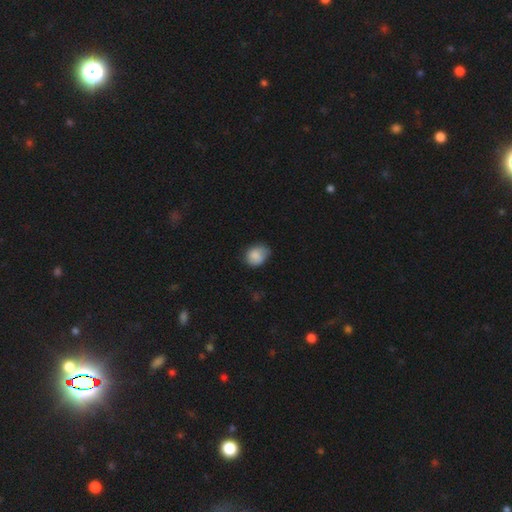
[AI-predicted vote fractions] smooth_or_featured: smooth (p=0.84) [alt: star or artifact p=0.08]
how_rounded: round (p=0.51) [alt: in between p=0.48]
merging: none (p=0.58) [alt: minor disturbance p=0.34]